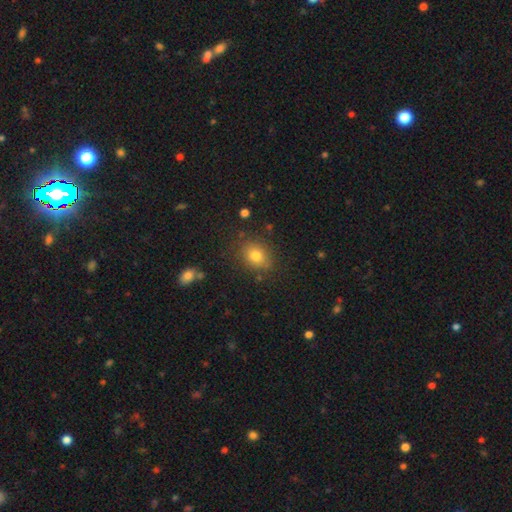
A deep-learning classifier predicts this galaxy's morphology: This appears to be a smooth galaxy with no disk features (78%) that is in between round and cigar-shaped (50%). Merging: none (81%).